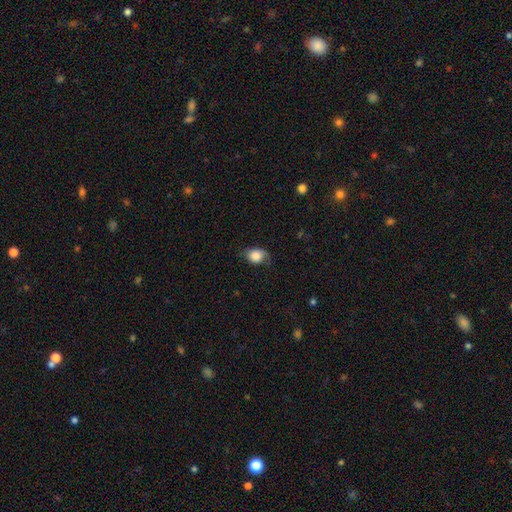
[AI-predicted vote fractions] This appears to be a smooth galaxy with no disk features (80%) that is in between round and cigar-shaped (58%). Merging: none (57%).